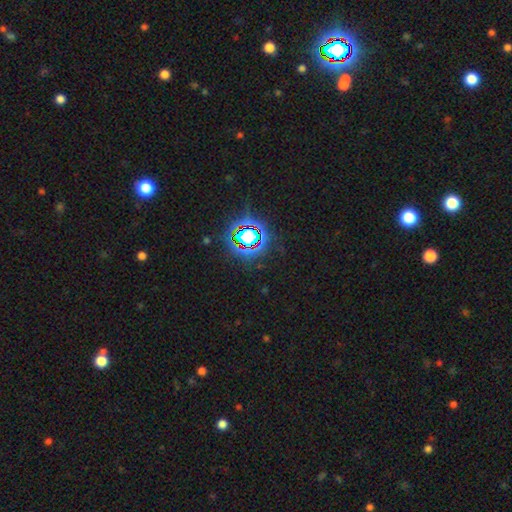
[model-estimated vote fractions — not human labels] Smooth or featured? Predicted: star or artifact (p=0.78).